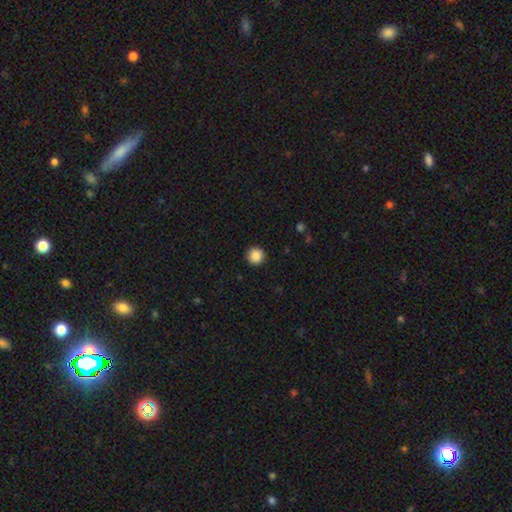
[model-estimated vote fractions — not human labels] A smooth galaxy with no disk features (88%) that is round (95%). Merging: none (91%).